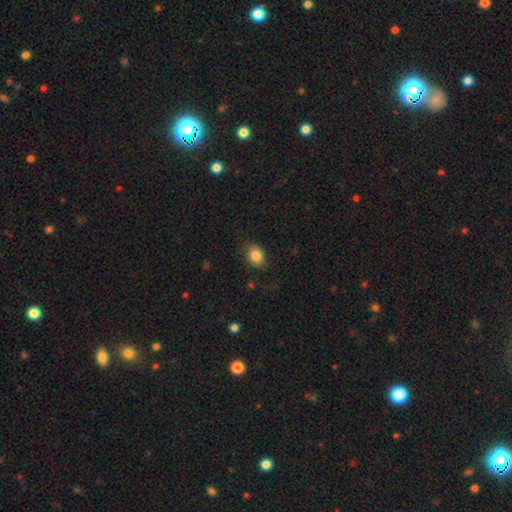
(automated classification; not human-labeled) smooth 84%, star or artifact 9%, featured or disk 7%. Down the decision tree: how rounded — in between (65%); merging — none (77%).